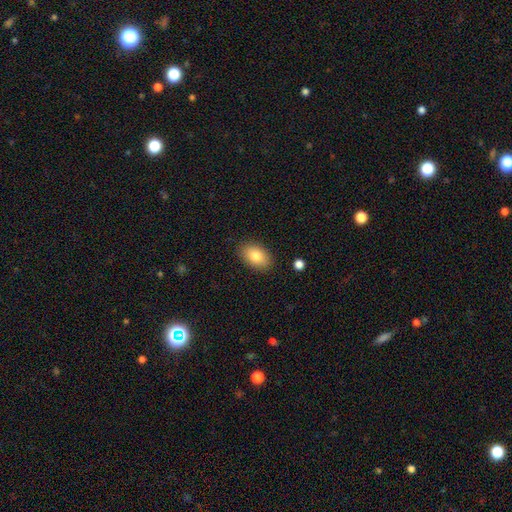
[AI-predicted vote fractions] Smooth or featured? Predicted: smooth (p=0.82). How rounded? Predicted: in between (p=0.90). Merging? Predicted: none (p=0.87).